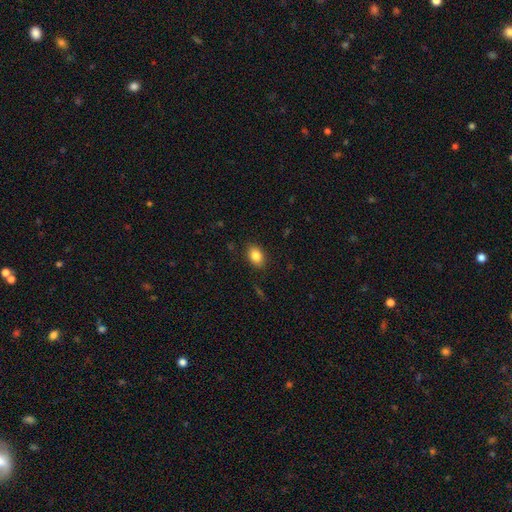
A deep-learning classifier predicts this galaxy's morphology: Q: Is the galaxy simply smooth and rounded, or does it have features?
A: smooth — 84%.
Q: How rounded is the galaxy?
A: in between — 79%.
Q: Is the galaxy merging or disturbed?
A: none — 87%.